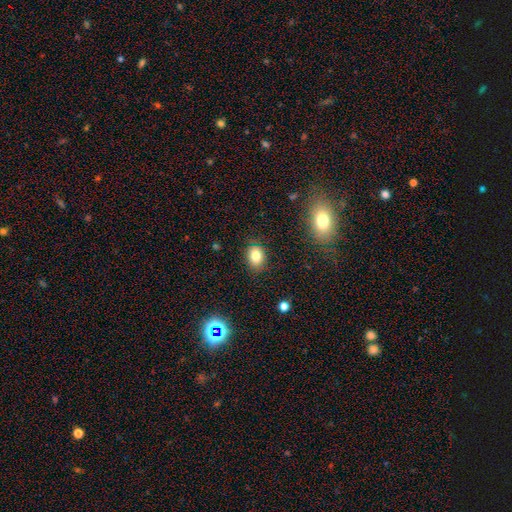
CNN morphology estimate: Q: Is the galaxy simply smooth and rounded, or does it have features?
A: smooth — 81%.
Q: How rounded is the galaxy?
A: in between — 73%.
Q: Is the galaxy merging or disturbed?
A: none — 83%.